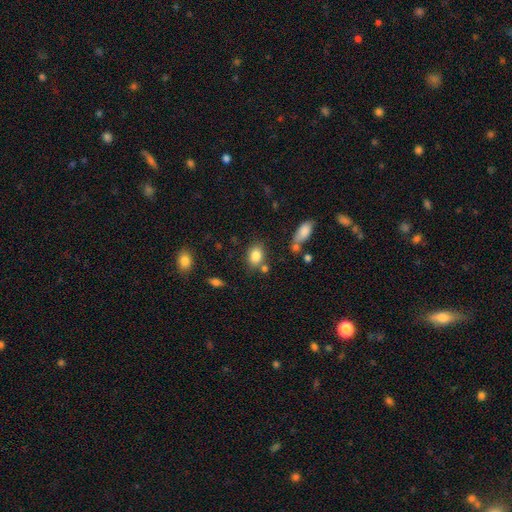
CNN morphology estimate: A smooth galaxy with no disk features (83%) that is in between round and cigar-shaped (68%). Merging: none (71%).